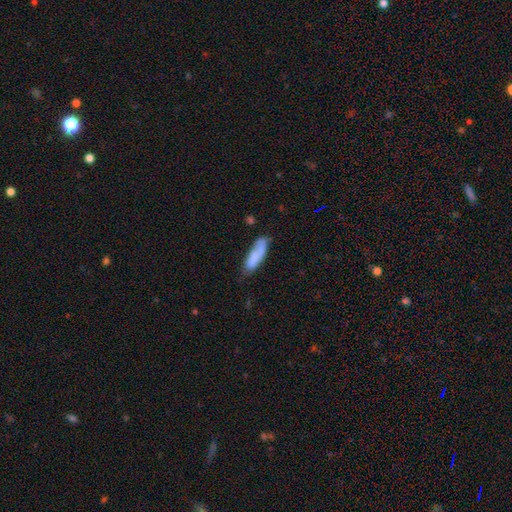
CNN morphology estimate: A smooth galaxy with no disk features (78%) that is cigar-shaped (50%).

Vote fractions:
- Smooth or featured? smooth: 78% / featured or disk: 16% / star or artifact: 7%
- How rounded? cigar-shaped: 50% / in between: 48% / round: 2%
- Merging? none: 58% / minor disturbance: 28% / major disturbance: 8% / merger: 5%